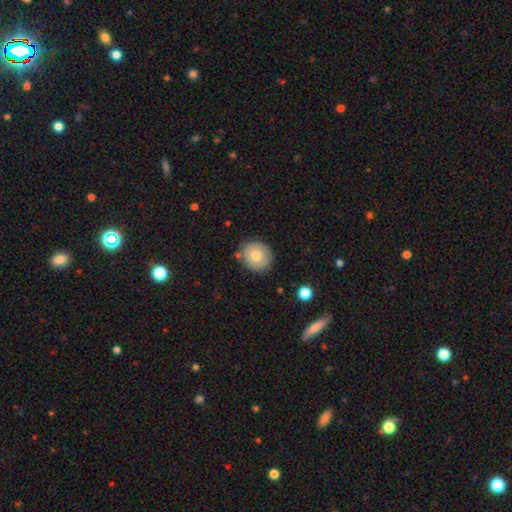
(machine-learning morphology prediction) The model was most divided on "smooth or featured": smooth: 74%, featured or disk: 17%, star or artifact: 8%. More confident: merging — none (82%); how rounded — round (79%).